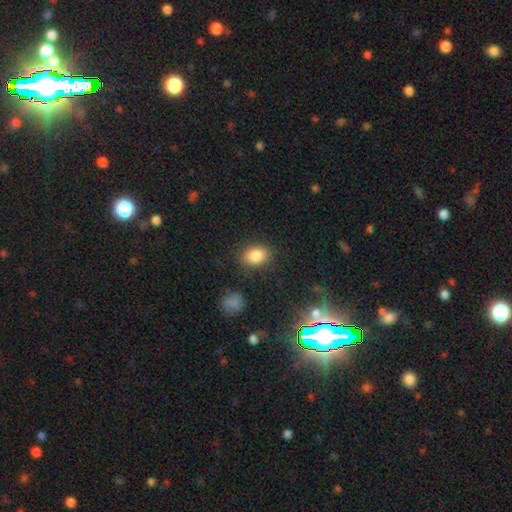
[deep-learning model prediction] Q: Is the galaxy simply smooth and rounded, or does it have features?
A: smooth — 85%.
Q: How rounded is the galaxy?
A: in between — 74%.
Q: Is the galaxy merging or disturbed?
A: none — 83%.